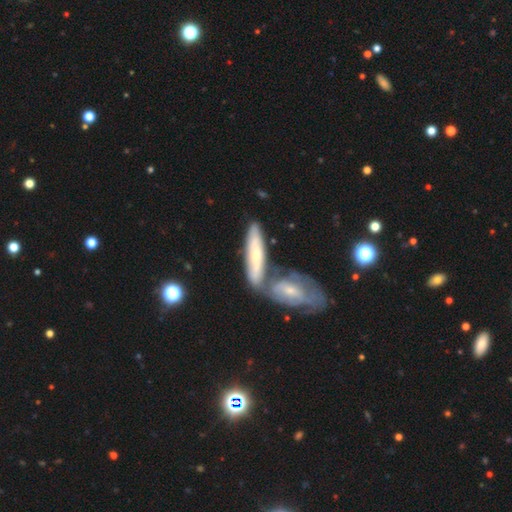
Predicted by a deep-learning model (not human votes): Smooth or featured?
  - smooth: 47% *
  - featured or disk: 46%
  - star or artifact: 6%
Merging?
  - merger: 43% *
  - none: 41%
  - minor disturbance: 12%
  - major disturbance: 4%